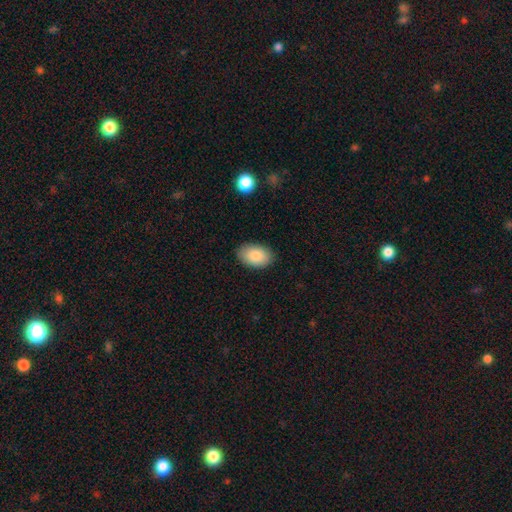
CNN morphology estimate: Q: Smooth or featured?
A: smooth (86%); runner-up: featured or disk (7%)
Q: How rounded?
A: in between (91%); runner-up: round (7%)
Q: Merging?
A: none (87%); runner-up: minor disturbance (10%)